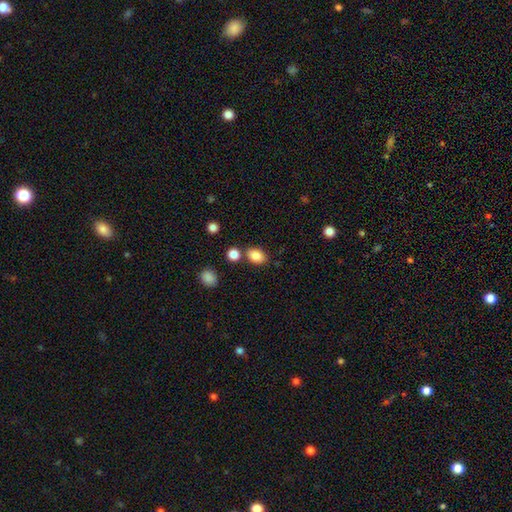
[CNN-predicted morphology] The model was most divided on "how rounded": in between: 76%, round: 23%, cigar-shaped: 1%. More confident: smooth or featured — smooth (85%); merging — none (71%).